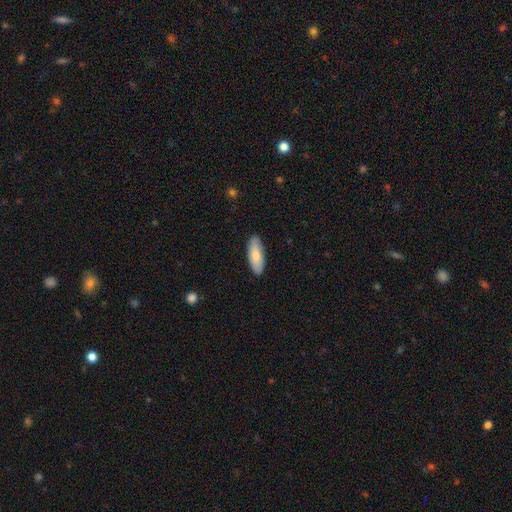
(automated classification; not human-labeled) Smooth or featured: smooth — 76% (featured or disk — 18%)
How rounded: in between — 72% (cigar-shaped — 26%)
Merging: none — 86% (minor disturbance — 12%)